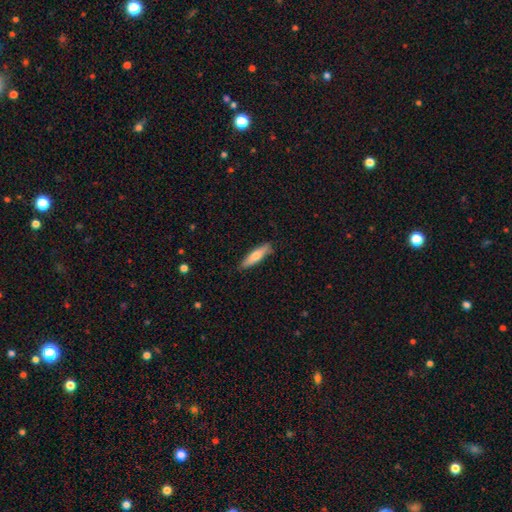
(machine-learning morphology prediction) This is likely a smooth galaxy (68%). How rounded: likely cigar-shaped (78%). Merging: clearly none (86%).